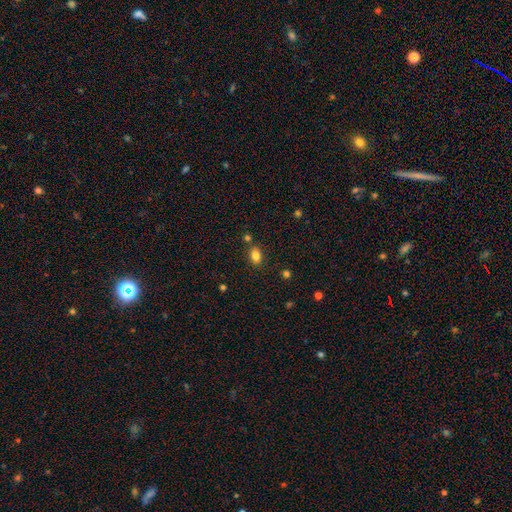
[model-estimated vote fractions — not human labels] Smooth or featured? Predicted: smooth (p=0.82). How rounded? Predicted: in between (p=0.75). Merging? Predicted: none (p=0.79).